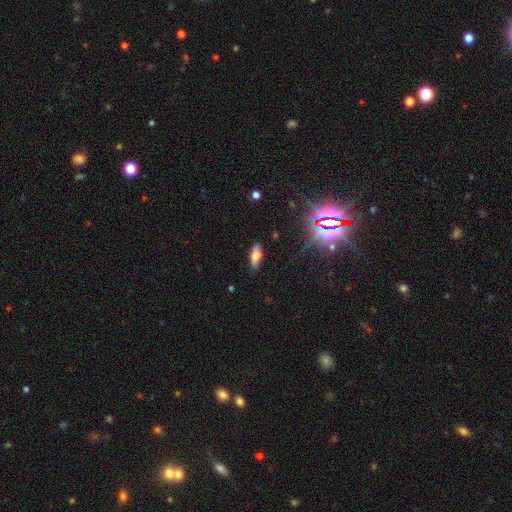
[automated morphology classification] Smooth or featured? Predicted: smooth (p=0.72). How rounded? Predicted: in between (p=0.67). Merging? Predicted: none (p=0.81).